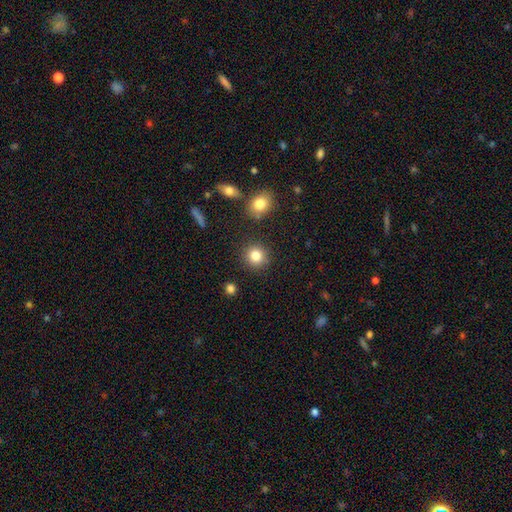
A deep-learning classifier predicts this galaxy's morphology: type=smooth (84%); roundness=round (90%); merging=none (88%).